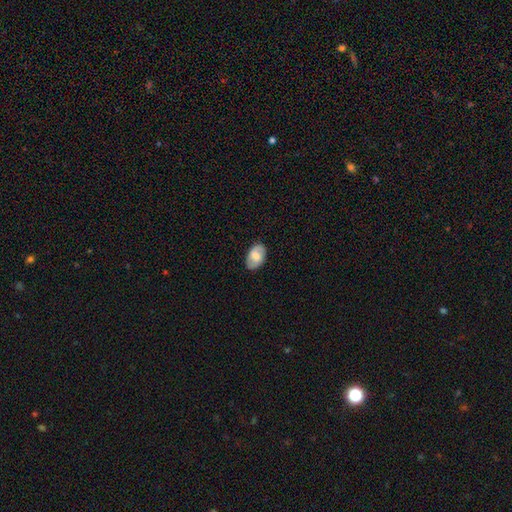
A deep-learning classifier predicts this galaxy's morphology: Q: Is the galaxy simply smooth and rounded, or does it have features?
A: smooth — 54%.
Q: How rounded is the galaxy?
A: in between — 89%.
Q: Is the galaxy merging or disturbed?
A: none — 84%.